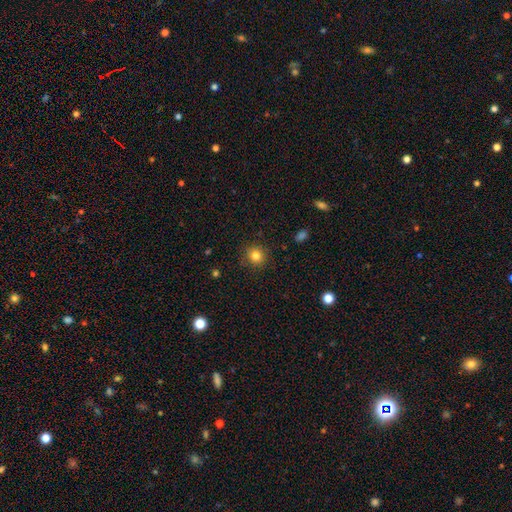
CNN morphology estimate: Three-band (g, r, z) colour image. It shows a smooth galaxy with no disk features (82%) that is round (90%). Merging: none (89%).